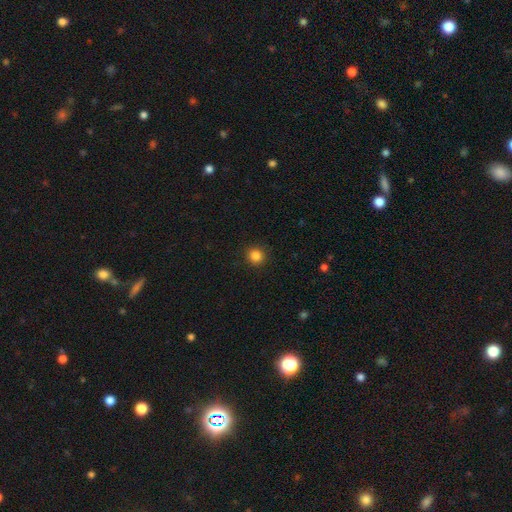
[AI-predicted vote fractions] A smooth galaxy with no disk features (84%) that is round (94%).

Vote fractions:
- Smooth or featured? smooth: 84% / star or artifact: 12% / featured or disk: 4%
- How rounded? round: 94% / in between: 5% / cigar-shaped: 1%
- Merging? none: 92% / minor disturbance: 5% / major disturbance: 2% / merger: 1%